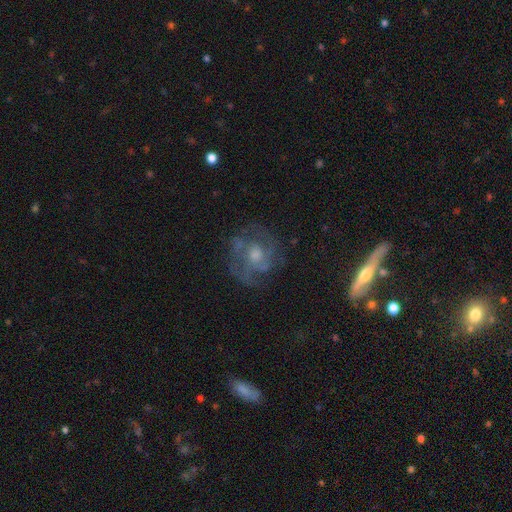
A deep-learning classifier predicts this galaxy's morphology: smooth-or-featured: featured or disk: 73% | smooth: 18% | star or artifact: 9%
  disk-edge-on: no: 97% | yes: 3%
    bar: no: 76% | weak: 21% | strong: 3%
    has-spiral-arms: yes: 80% | no: 20%
      spiral-winding: medium: 45% | tight: 39% | loose: 17%
      spiral-arm-count: can't tell: 34% | 3: 26% | 2: 20% | 4: 9% | 1: 6% | more than 4: 5%
    bulge-size: moderate: 60% | small: 23% | large: 10% | none: 5% | dominant: 1%
  merging: none: 67% | minor disturbance: 18% | major disturbance: 14% | merger: 2%